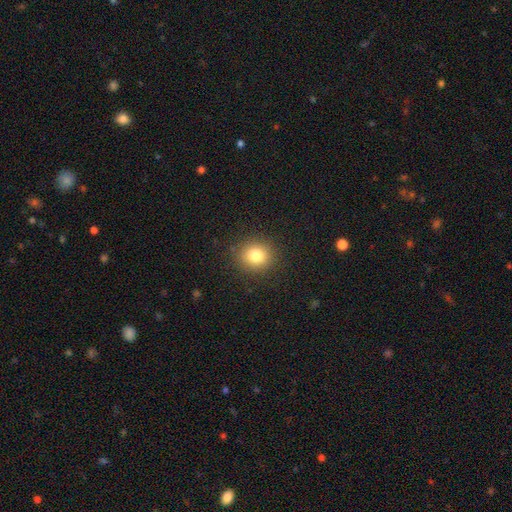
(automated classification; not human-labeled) Smooth or featured: smooth — 81% (star or artifact — 12%)
How rounded: round — 84% (in between — 15%)
Merging: none — 90% (minor disturbance — 7%)